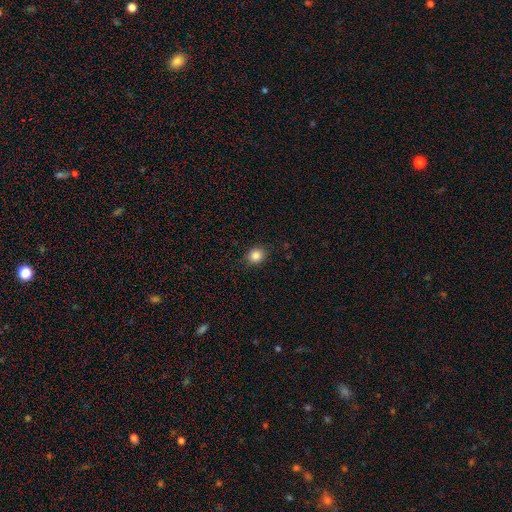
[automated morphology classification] type=smooth (85%); roundness=round (76%); merging=none (89%).